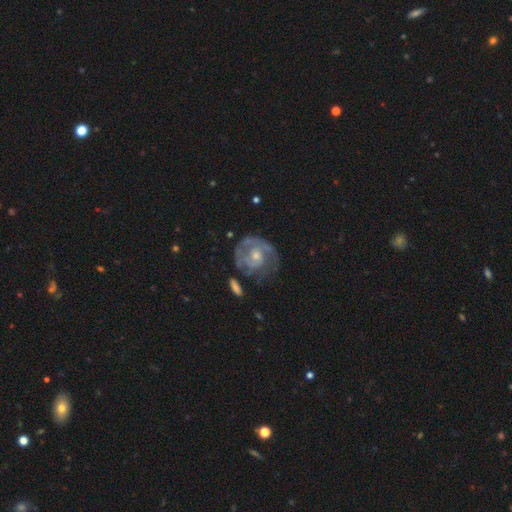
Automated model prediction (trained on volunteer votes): smooth_or_featured: featured or disk (p=0.80) [alt: smooth p=0.14]
disk_edge_on: no (p=0.97) [alt: yes p=0.03]
bar: no (p=0.70) [alt: weak p=0.26]
has_spiral_arms: yes (p=0.86) [alt: no p=0.14]
spiral_winding: tight (p=0.61) [alt: medium p=0.29]
spiral_arm_count: 2 (p=0.36) [alt: can't tell p=0.32]
bulge_size: moderate (p=0.51) [alt: small p=0.42]
merging: none (p=0.60) [alt: minor disturbance p=0.21]